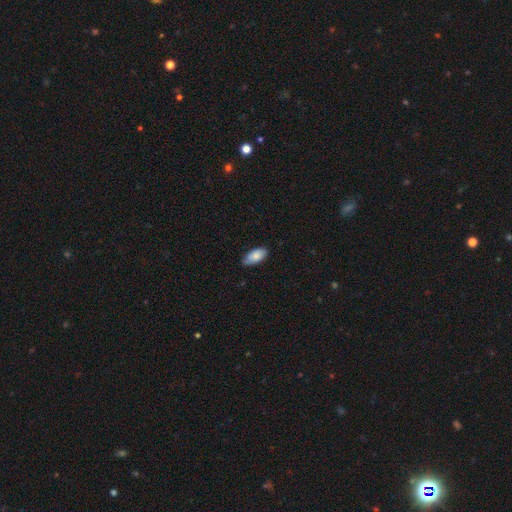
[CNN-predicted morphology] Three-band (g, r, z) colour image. It shows a smooth galaxy with no disk features (82%) that is in between round and cigar-shaped (93%). Merging: none (75%).